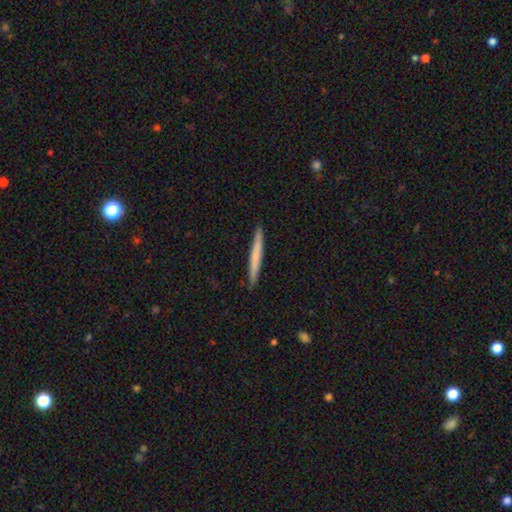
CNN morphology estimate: Overall: smooth (65%; featured or disk 29%). How rounded: cigar-shaped (97%). Merging: none (91%).